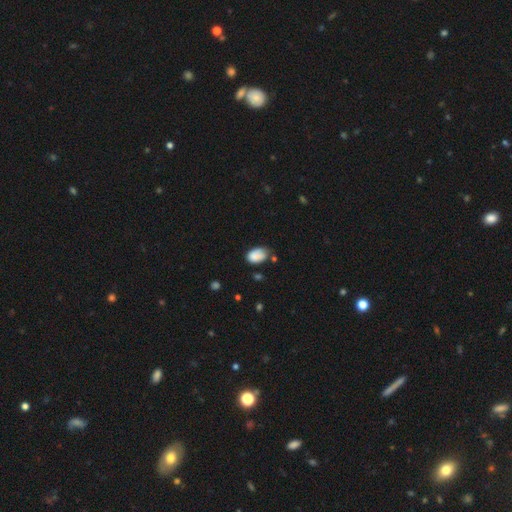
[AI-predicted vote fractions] Smooth or featured: smooth — 84% (star or artifact — 8%)
How rounded: in between — 87% (round — 11%)
Merging: none — 50% (minor disturbance — 36%)